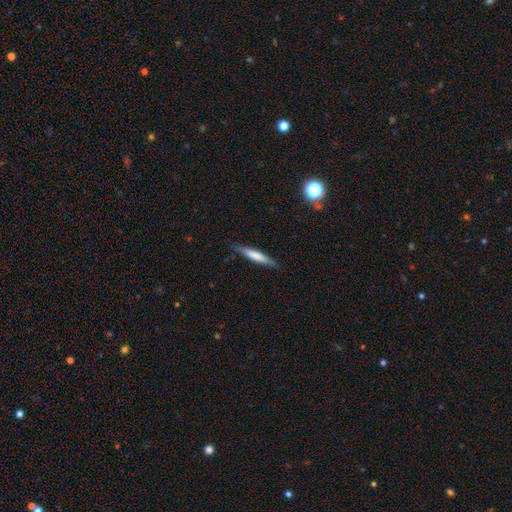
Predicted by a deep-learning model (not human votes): Smooth or featured?
  - smooth: 64% *
  - featured or disk: 30%
  - star or artifact: 6%
How rounded?
  - cigar-shaped: 91% *
  - in between: 8%
  - round: 1%
Merging?
  - none: 85% *
  - minor disturbance: 12%
  - major disturbance: 2%
  - merger: 1%